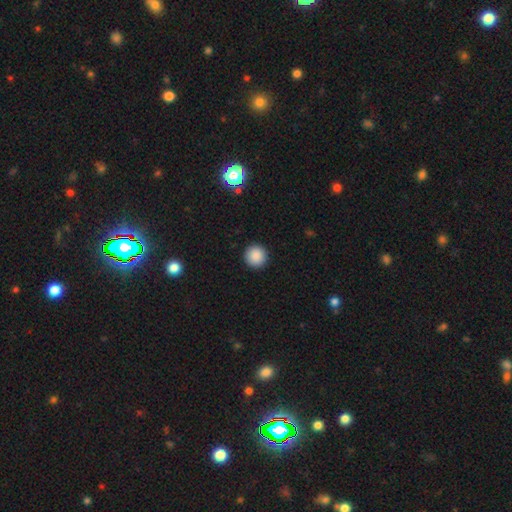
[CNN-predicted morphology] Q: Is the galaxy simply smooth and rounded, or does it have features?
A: smooth — 88%.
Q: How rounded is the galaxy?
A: round — 96%.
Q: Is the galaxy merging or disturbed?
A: none — 93%.